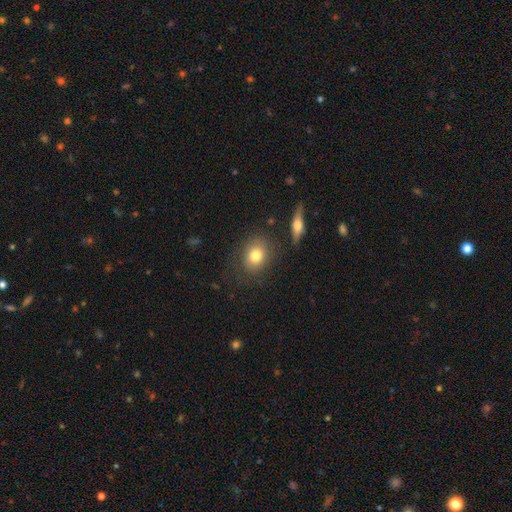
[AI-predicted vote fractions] Overall: smooth (78%). How rounded: round (53%; in between 46%). Merging: none (78%).